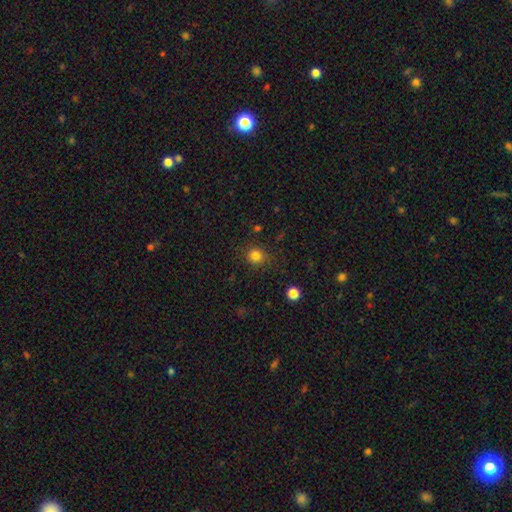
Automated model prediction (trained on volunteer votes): Overall: smooth (81%). How rounded: round (88%). Merging: none (86%).